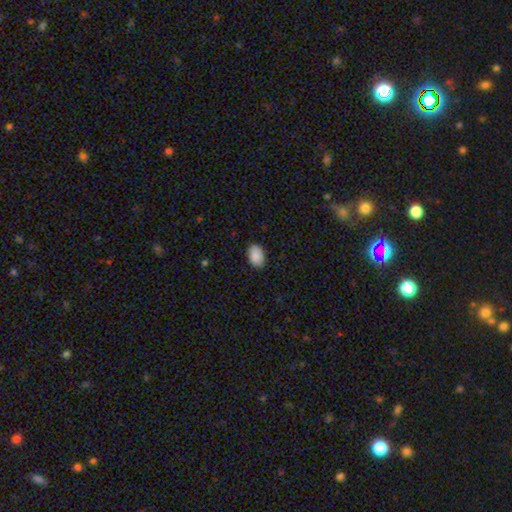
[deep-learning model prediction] Smooth or featured? Predicted: smooth (p=0.90). How rounded? Predicted: in between (p=0.87). Merging? Predicted: none (p=0.87).